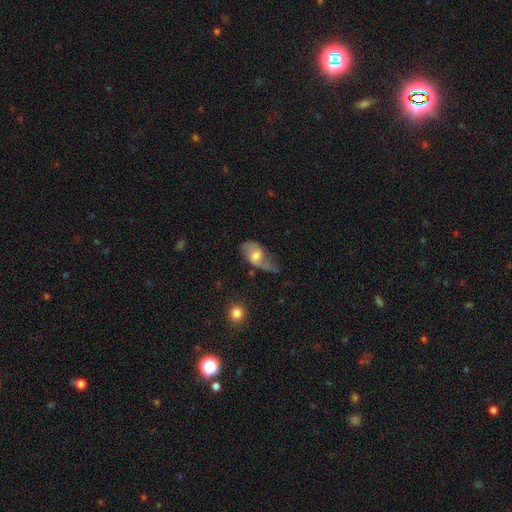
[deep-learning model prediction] This appears to be a smooth galaxy with no disk features (51%) that is in between round and cigar-shaped (87%). Merging: minor disturbance (35%).